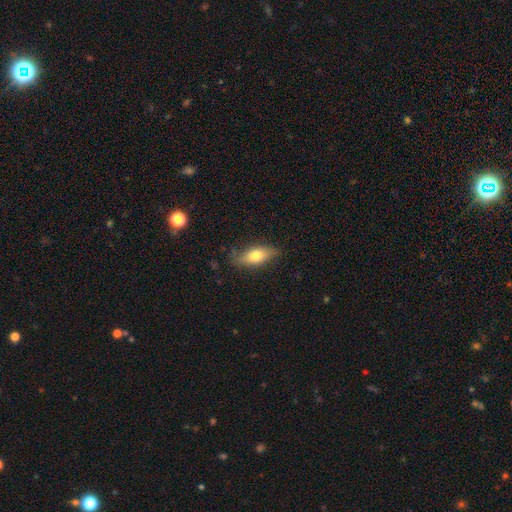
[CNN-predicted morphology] Smooth or featured? Predicted: smooth (p=0.69). How rounded? Predicted: in between (p=0.78). Merging? Predicted: none (p=0.75).